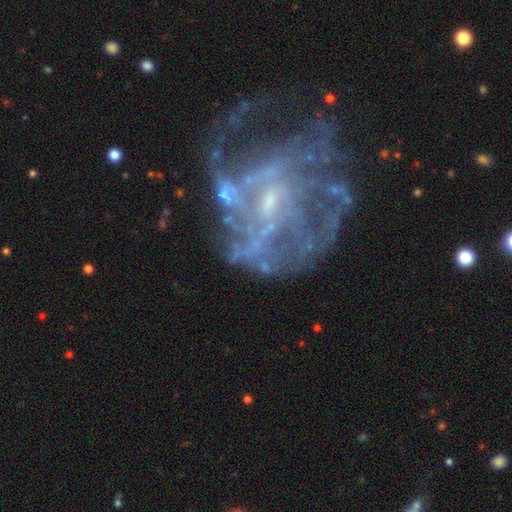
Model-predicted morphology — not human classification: Q: Smooth or featured?
A: featured or disk (77%); runner-up: star or artifact (14%)
Q: Edge-on disk?
A: no (98%); runner-up: yes (2%)
Q: Bar?
A: no (51%); runner-up: weak (38%)
Q: Spiral arms?
A: yes (66%); runner-up: no (34%)
Q: Bulge size?
A: small (66%); runner-up: none (18%)
Q: Merging?
A: none (41%); runner-up: major disturbance (36%)